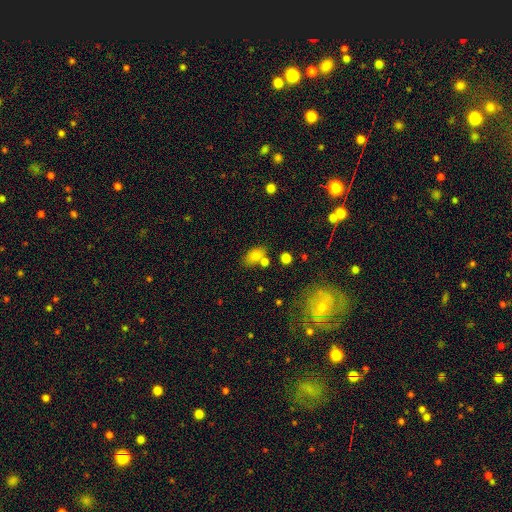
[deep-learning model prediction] This is likely a smooth galaxy (78%). How rounded: clearly in between (85%). Merging: likely none (60%).